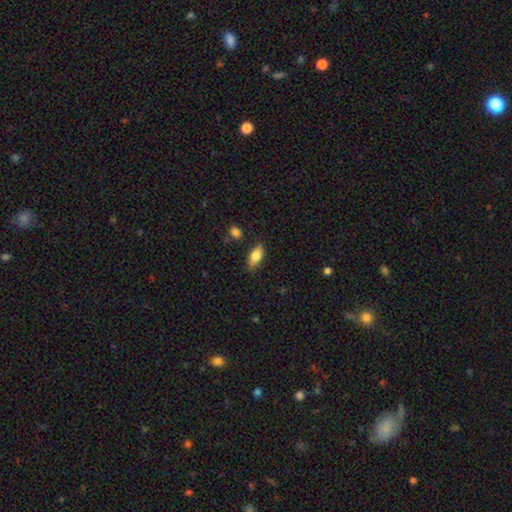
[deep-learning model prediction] A smooth galaxy with no disk features (79%) that is in between round and cigar-shaped (83%). Merging: none (79%).